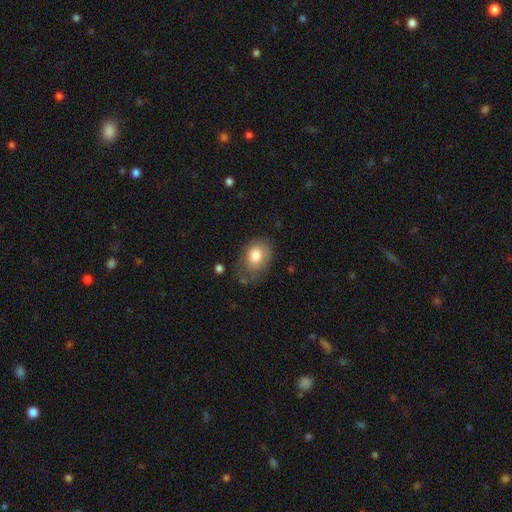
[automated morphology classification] Smooth or featured: smooth — 80% (featured or disk — 13%)
How rounded: in between — 70% (round — 29%)
Merging: none — 58% (minor disturbance — 28%)